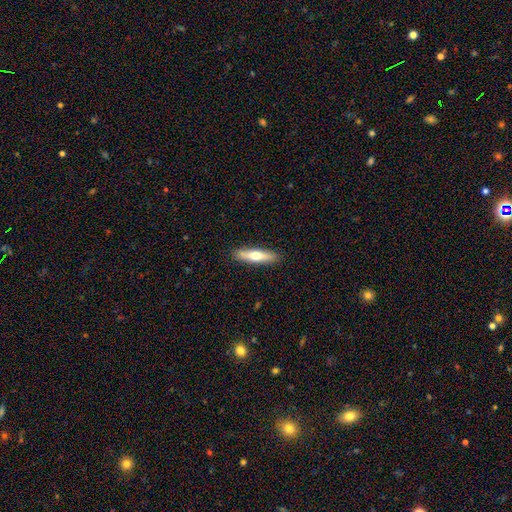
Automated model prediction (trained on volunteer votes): smooth_or_featured: smooth (p=0.58) [alt: featured or disk p=0.37]
how_rounded: cigar-shaped (p=0.74) [alt: in between p=0.24]
merging: none (p=0.90) [alt: minor disturbance p=0.08]